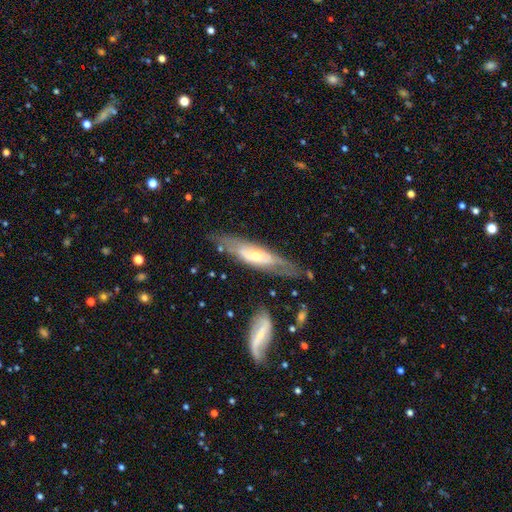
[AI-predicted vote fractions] Smooth or featured?
  - featured or disk: 67% *
  - smooth: 27%
  - star or artifact: 6%
Edge-on disk?
  - no: 60% *
  - yes: 40%
Merging?
  - none: 69% *
  - minor disturbance: 20%
  - major disturbance: 7%
  - merger: 4%